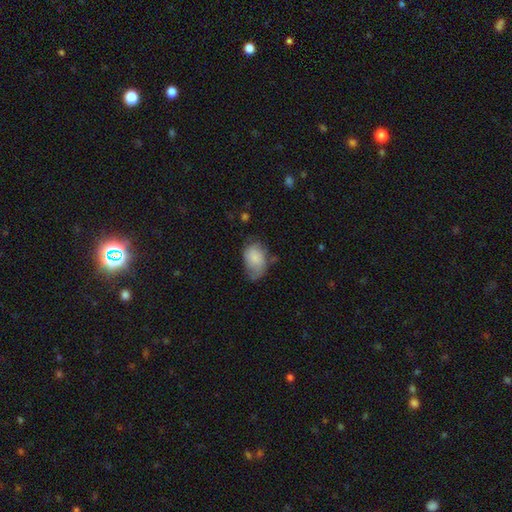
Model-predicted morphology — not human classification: Smooth or featured? Predicted: smooth (p=0.78). How rounded? Predicted: in between (p=0.87). Merging? Predicted: none (p=0.42).